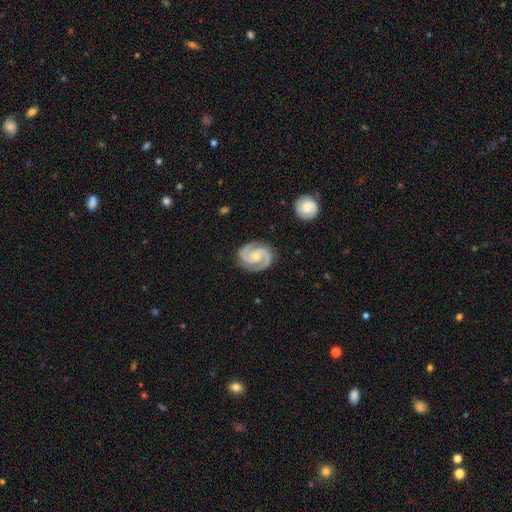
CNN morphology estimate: Q: Smooth or featured?
A: featured or disk (93%); runner-up: star or artifact (4%)
Q: Edge-on disk?
A: no (98%); runner-up: yes (2%)
Q: Bar?
A: no (59%); runner-up: weak (31%)
Q: Spiral arms?
A: yes (99%); runner-up: no (1%)
Q: Spiral winding?
A: tight (50%); runner-up: medium (45%)
Q: Spiral arm count?
A: 2 (92%); runner-up: 3 (4%)
Q: Bulge size?
A: small (59%); runner-up: moderate (34%)
Q: Merging?
A: none (85%); runner-up: minor disturbance (11%)